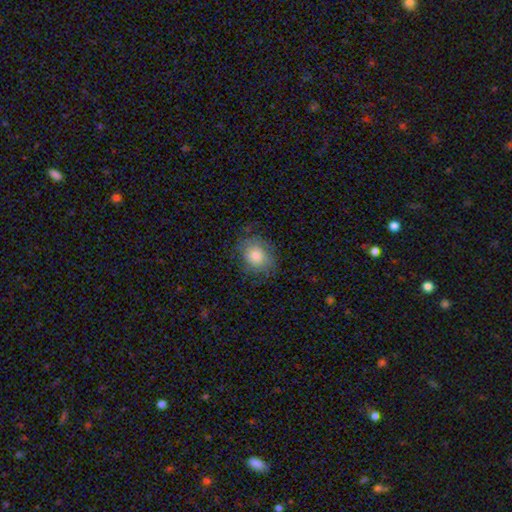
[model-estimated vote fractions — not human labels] smooth-or-featured: smooth: 79% | featured or disk: 13% | star or artifact: 8%
  how-rounded: round: 55% | in between: 44% | cigar-shaped: 1%
  merging: none: 74% | minor disturbance: 19% | major disturbance: 7% | merger: 1%